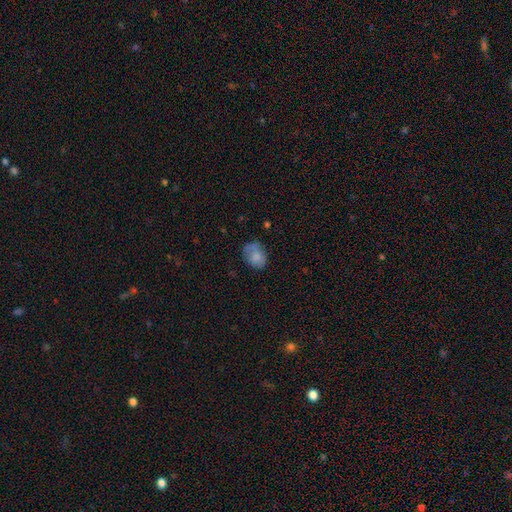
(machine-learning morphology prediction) This is likely a smooth galaxy (75%). How rounded: likely in between (64%). Merging: possibly none (55%).